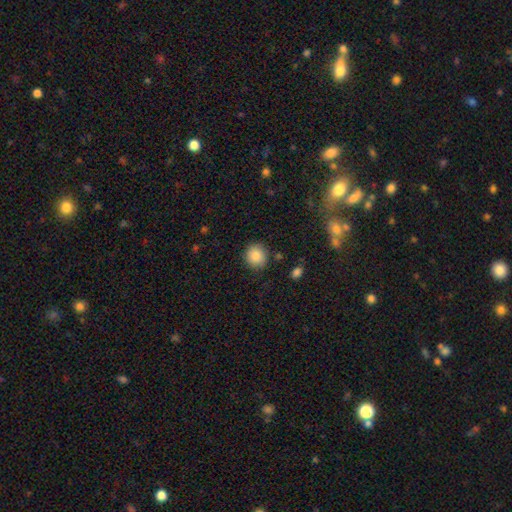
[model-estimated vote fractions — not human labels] A smooth galaxy with no disk features (86%) that is round (88%). Merging: none (87%).